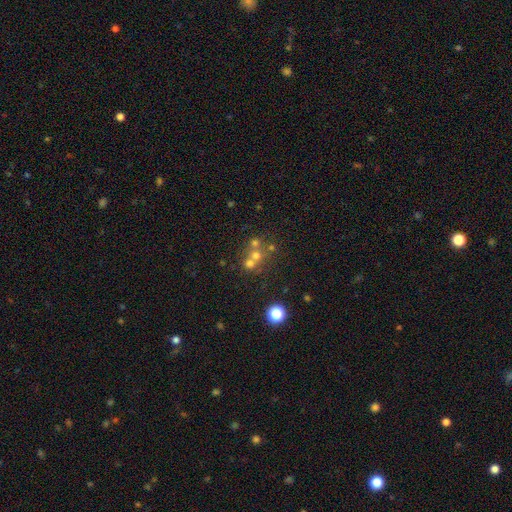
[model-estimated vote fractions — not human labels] This appears to be a smooth galaxy with no disk features (54%) that is round (85%). Merging: merger (48%).